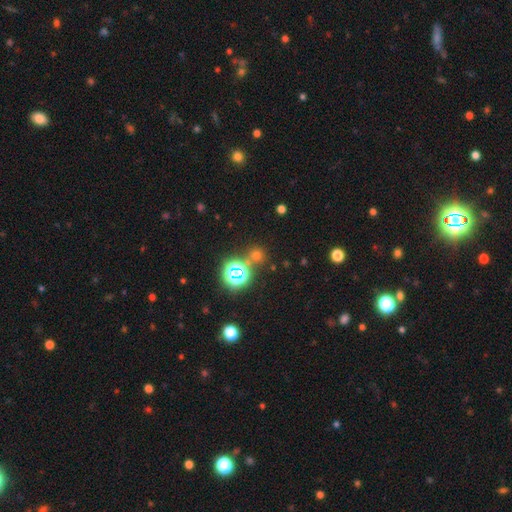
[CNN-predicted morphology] The model was most divided on "smooth or featured" (2-way tie): smooth: 47%, star or artifact: 47%, featured or disk: 7%. More confident: merging — none (77%).